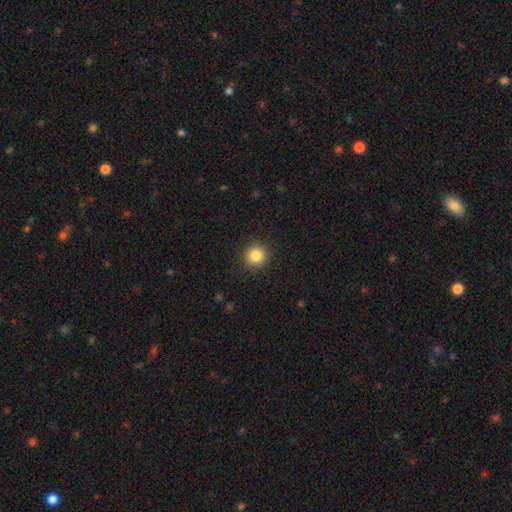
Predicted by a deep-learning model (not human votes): This is clearly a smooth galaxy (85%). How rounded: clearly round (94%). Merging: clearly none (91%).